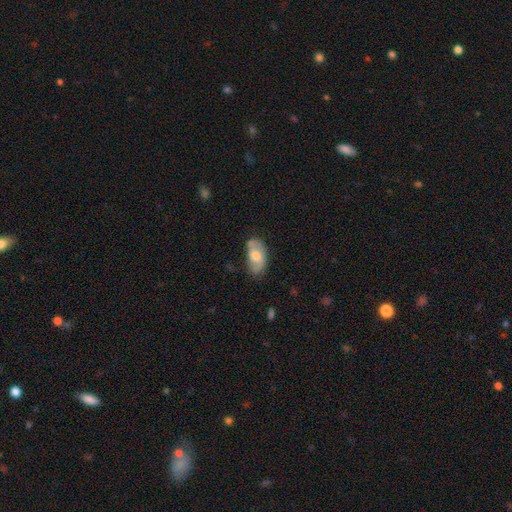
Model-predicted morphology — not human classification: Q: Smooth or featured?
A: smooth (50%); runner-up: featured or disk (43%)
Q: How rounded?
A: in between (92%); runner-up: round (5%)
Q: Merging?
A: none (61%); runner-up: minor disturbance (27%)